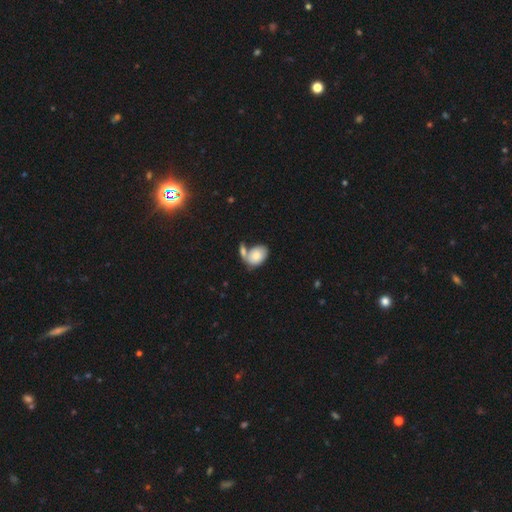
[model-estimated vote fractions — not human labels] smooth 77%, featured or disk 16%, star or artifact 7%. Down the decision tree: how rounded — in between (82%); merging — merger (40%).